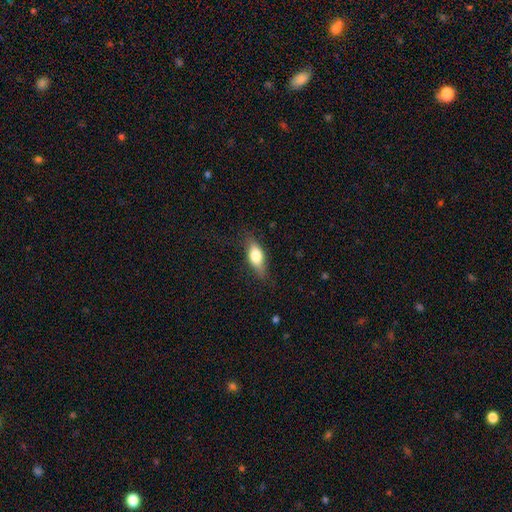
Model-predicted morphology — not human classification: type=smooth (70%); roundness=in between (73%); merging=none (76%).